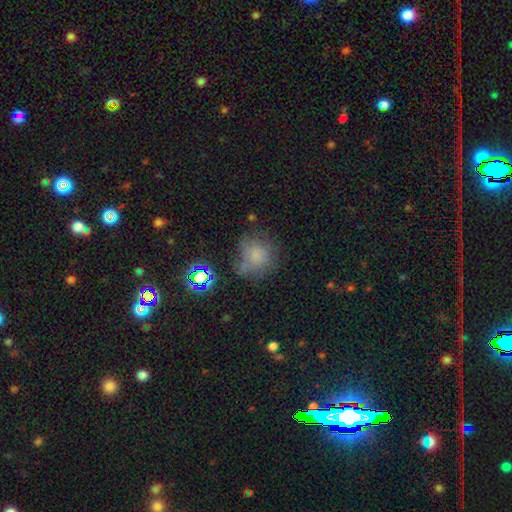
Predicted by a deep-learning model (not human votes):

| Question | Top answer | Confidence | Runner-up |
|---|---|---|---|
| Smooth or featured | smooth | 63% | star or artifact (20%) |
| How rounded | round | 76% | in between (23%) |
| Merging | none | 50% | minor disturbance (24%) |